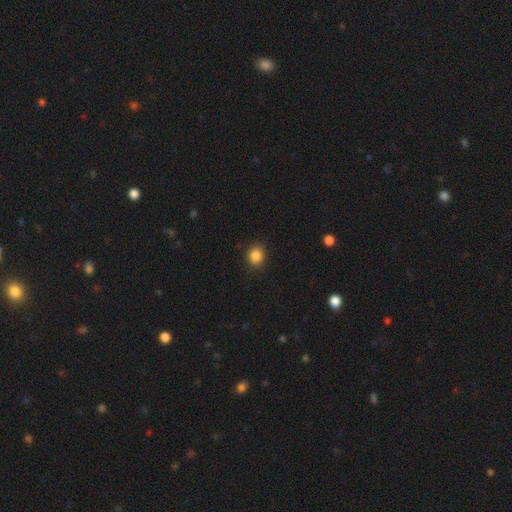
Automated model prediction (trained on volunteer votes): smooth-or-featured: smooth: 85% | star or artifact: 11% | featured or disk: 4%
  how-rounded: round: 73% | in between: 26% | cigar-shaped: 1%
  merging: none: 89% | minor disturbance: 8% | major disturbance: 2% | merger: 1%